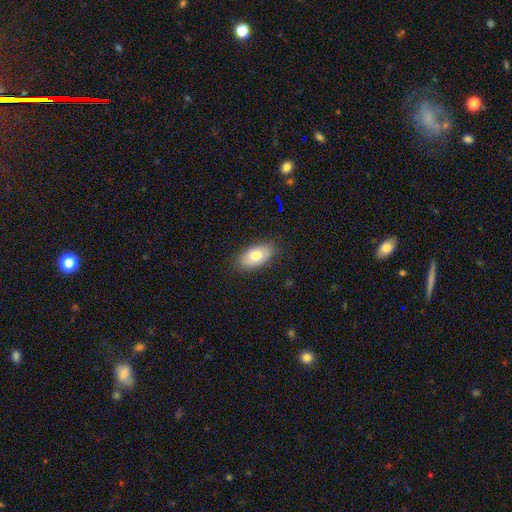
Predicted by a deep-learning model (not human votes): Smooth or featured?
  - smooth: 74% *
  - featured or disk: 20%
  - star or artifact: 7%
How rounded?
  - in between: 93% *
  - round: 4%
  - cigar-shaped: 3%
Merging?
  - none: 83% *
  - minor disturbance: 13%
  - major disturbance: 3%
  - merger: 1%